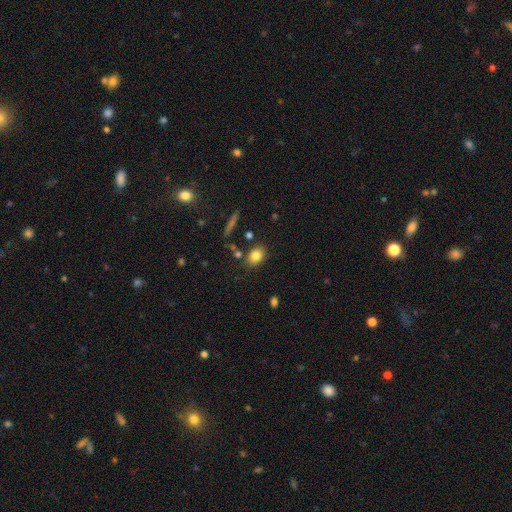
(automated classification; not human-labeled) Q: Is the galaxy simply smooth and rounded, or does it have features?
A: smooth — 82%.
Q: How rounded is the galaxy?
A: in between — 70%.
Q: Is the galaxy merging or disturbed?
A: none — 80%.